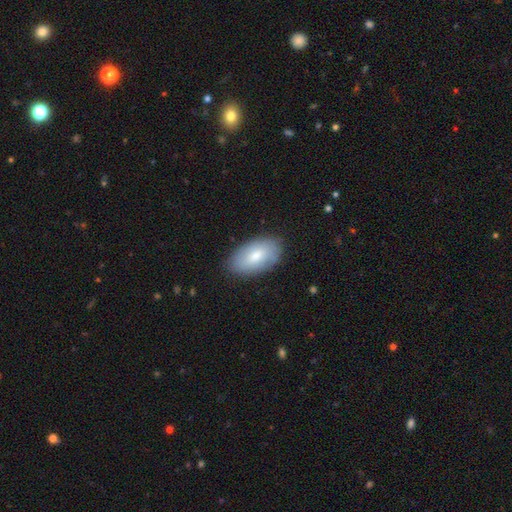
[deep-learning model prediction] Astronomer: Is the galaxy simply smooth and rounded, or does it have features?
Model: smooth — 75%.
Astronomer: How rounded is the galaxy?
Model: in between — 95%.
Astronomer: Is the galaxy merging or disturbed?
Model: none — 85%.